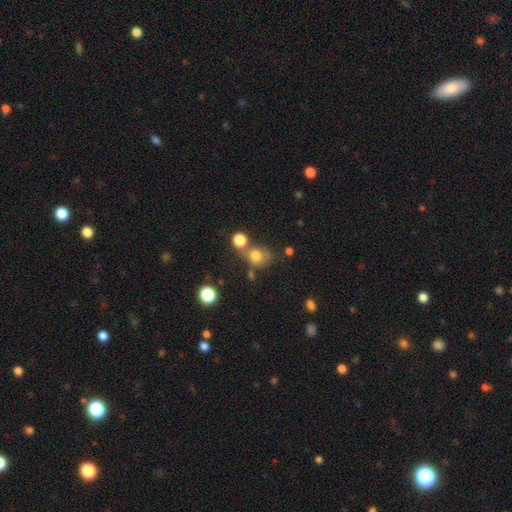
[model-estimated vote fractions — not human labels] Q: Smooth or featured?
A: smooth (74%); runner-up: star or artifact (14%)
Q: How rounded?
A: round (67%); runner-up: in between (32%)
Q: Merging?
A: none (46%); runner-up: merger (28%)